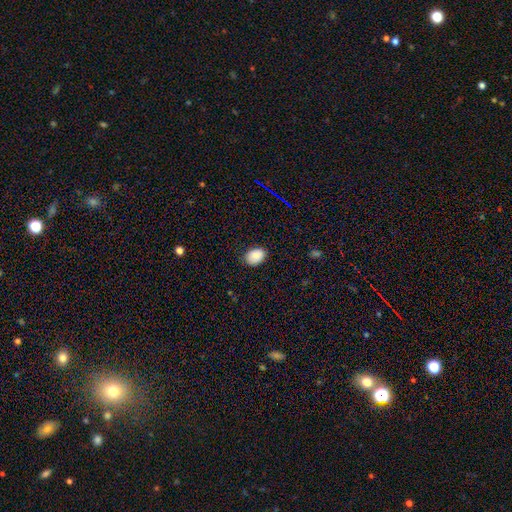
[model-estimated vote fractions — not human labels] A smooth galaxy with no disk features (88%) that is in between round and cigar-shaped (81%).

Vote fractions:
- Smooth or featured? smooth: 88% / star or artifact: 8% / featured or disk: 5%
- How rounded? in between: 81% / round: 18% / cigar-shaped: 1%
- Merging? none: 82% / minor disturbance: 14% / major disturbance: 2% / merger: 1%